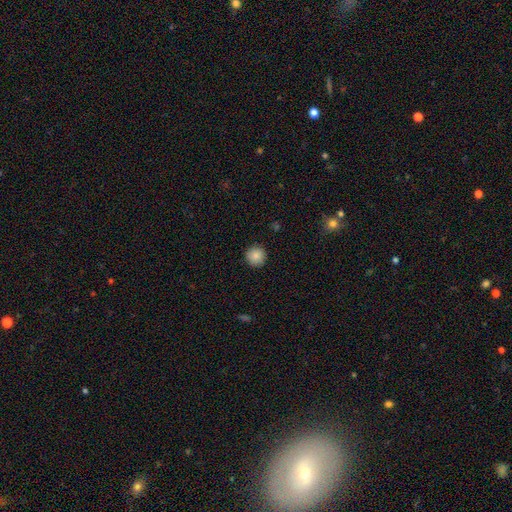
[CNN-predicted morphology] The model was most divided on "smooth or featured": smooth: 87%, star or artifact: 9%, featured or disk: 4%. More confident: how rounded — round (95%); merging — none (91%).